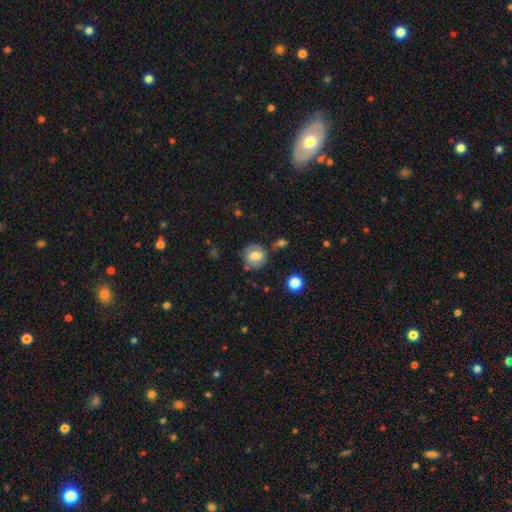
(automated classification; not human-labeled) The model was most divided on "smooth or featured": smooth: 71%, featured or disk: 20%, star or artifact: 9%. More confident: how rounded — round (78%); merging — none (73%).